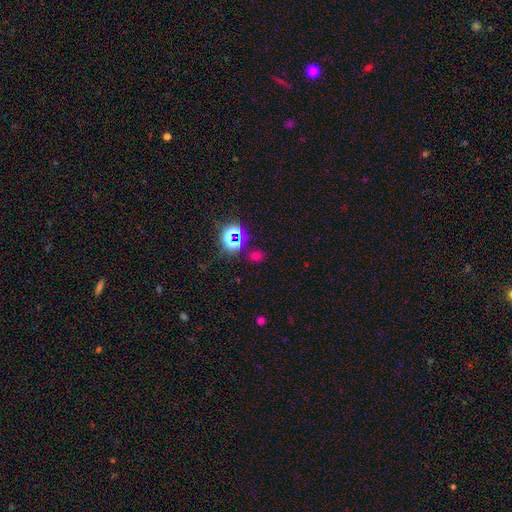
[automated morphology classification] The model was most divided on "smooth or featured": smooth: 49%, star or artifact: 45%, featured or disk: 6%. More confident: merging — none (78%).